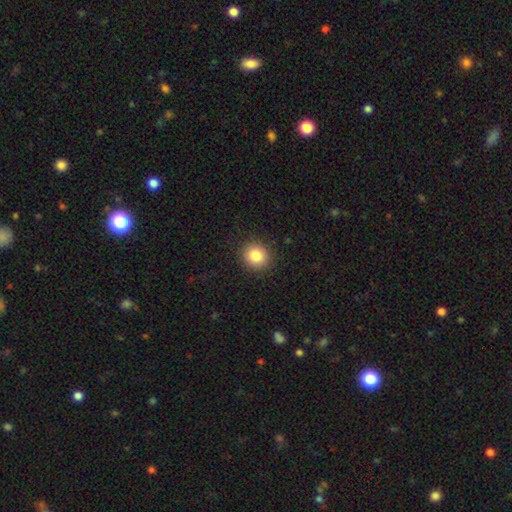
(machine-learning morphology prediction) A smooth galaxy with no disk features (84%) that is round (87%). Merging: none (91%).